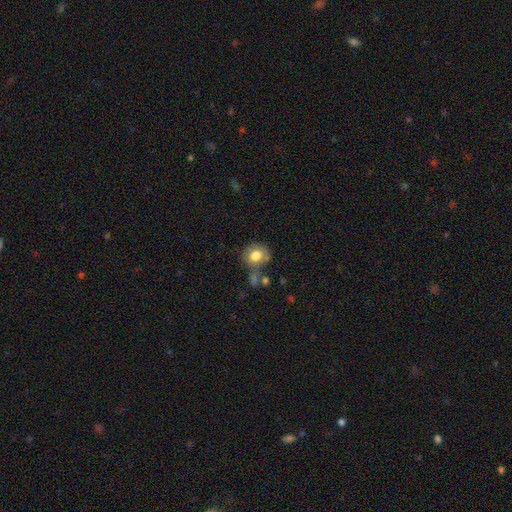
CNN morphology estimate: type=smooth (77%); roundness=round (77%); merging=none (63%).